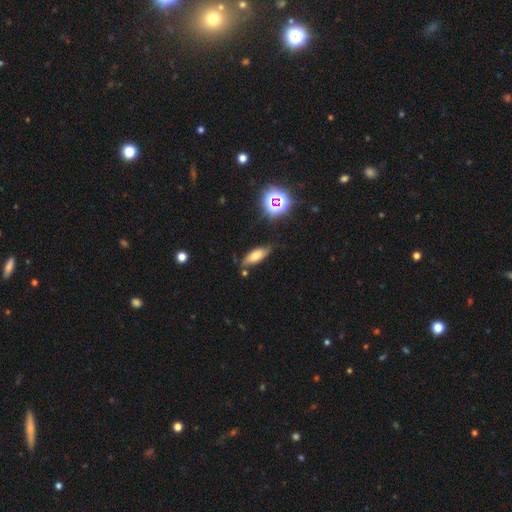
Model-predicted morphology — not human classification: type=smooth (63%); roundness=in between (71%); merging=none (70%).